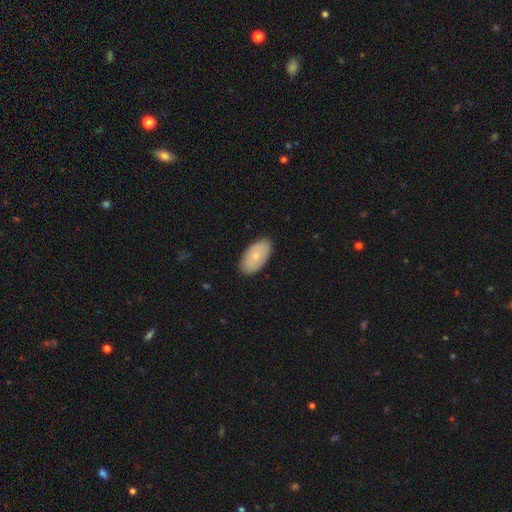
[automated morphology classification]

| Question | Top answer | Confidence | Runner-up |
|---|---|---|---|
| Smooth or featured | smooth | 75% | featured or disk (19%) |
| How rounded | in between | 95% | round (3%) |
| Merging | none | 88% | minor disturbance (9%) |